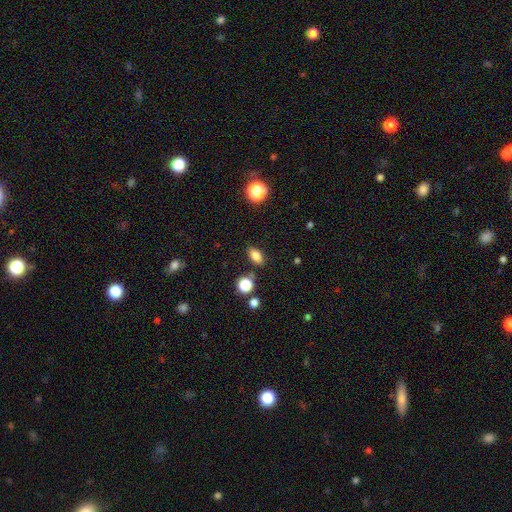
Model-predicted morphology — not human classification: The model was most divided on "smooth or featured": smooth: 81%, star or artifact: 12%, featured or disk: 7%. More confident: how rounded — in between (83%); merging — none (83%).